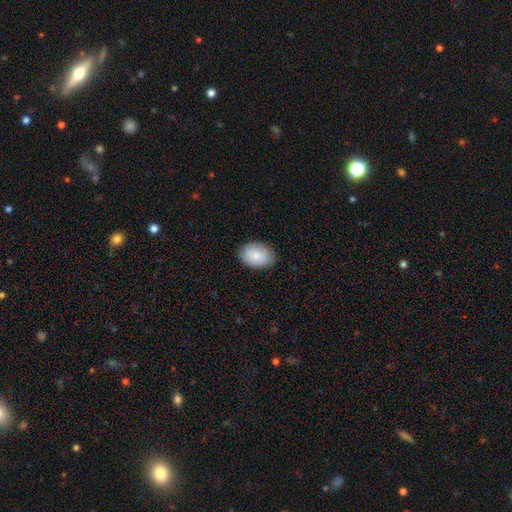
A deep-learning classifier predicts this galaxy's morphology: This appears to be a smooth galaxy with no disk features (87%) that is in between round and cigar-shaped (85%). Merging: none (87%).